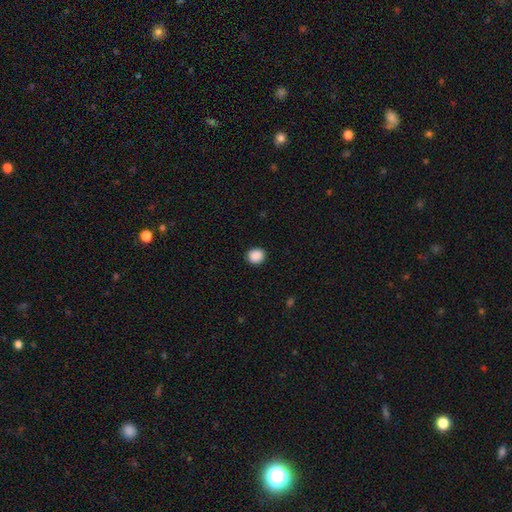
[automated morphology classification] Smooth or featured? Predicted: smooth (p=0.90). How rounded? Predicted: round (p=0.86). Merging? Predicted: none (p=0.92).